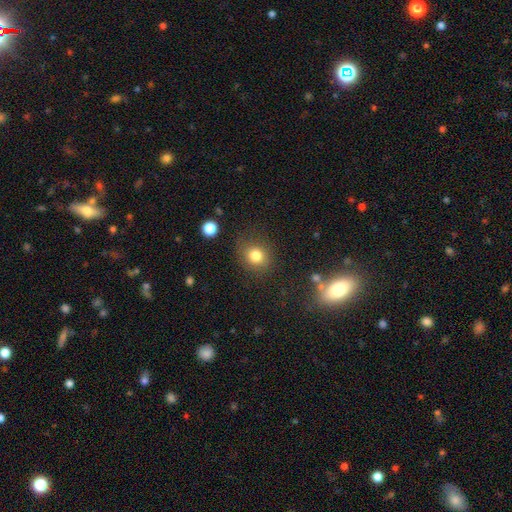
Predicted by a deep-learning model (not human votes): smooth_or_featured: smooth (p=0.80) [alt: star or artifact p=0.12]
how_rounded: round (p=0.77) [alt: in between p=0.22]
merging: none (p=0.78) [alt: minor disturbance p=0.14]